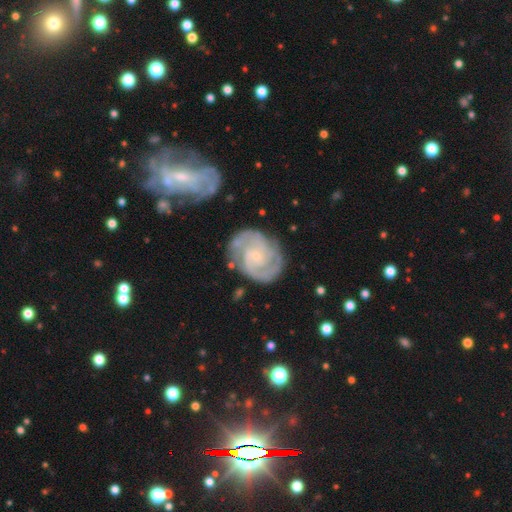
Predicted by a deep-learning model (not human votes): Smooth or featured? featured or disk (88%)
Edge-on disk? no (98%)
Bar? no (63%)
Spiral arms? yes (97%)
Spiral winding? tight (57%)
Spiral arm count? 2 (65%)
Bulge size? small (80%)
Merging? none (73%)